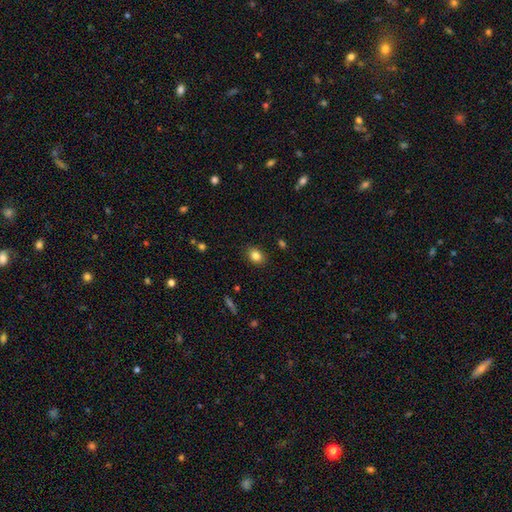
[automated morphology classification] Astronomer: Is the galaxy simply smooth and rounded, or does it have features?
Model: smooth — 84%.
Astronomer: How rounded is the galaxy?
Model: in between — 60% (runner-up: round, 39%).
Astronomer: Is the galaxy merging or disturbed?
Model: none — 87%.